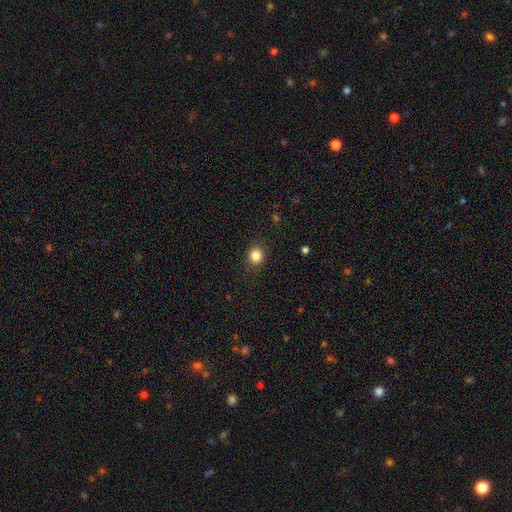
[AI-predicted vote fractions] A smooth galaxy with no disk features (85%) that is round (77%). Merging: none (89%).